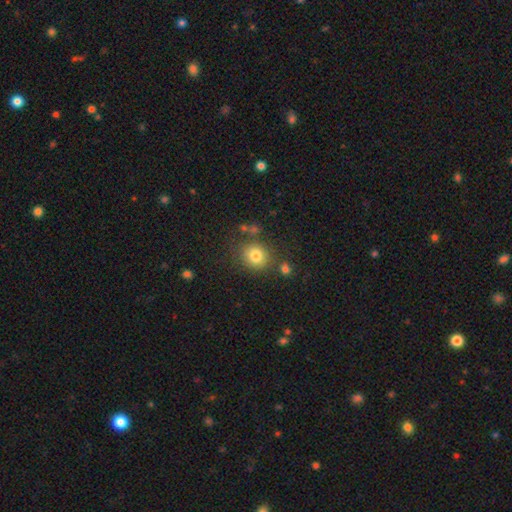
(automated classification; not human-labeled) The model was most divided on "how rounded": round: 82%, in between: 18%, cigar-shaped: 1%. More confident: smooth or featured — smooth (79%); merging — none (77%).